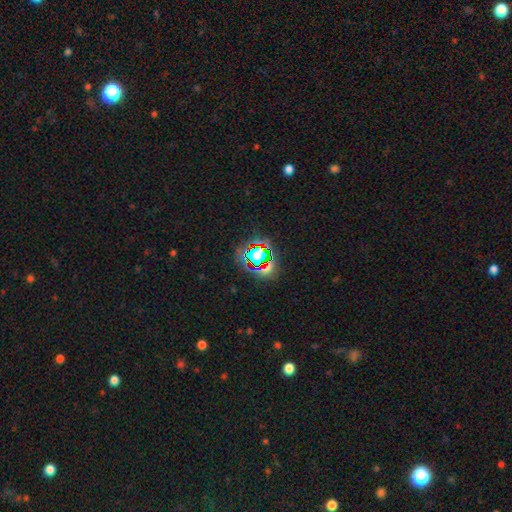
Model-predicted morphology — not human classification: A star or artifact, not a galaxy (59%).